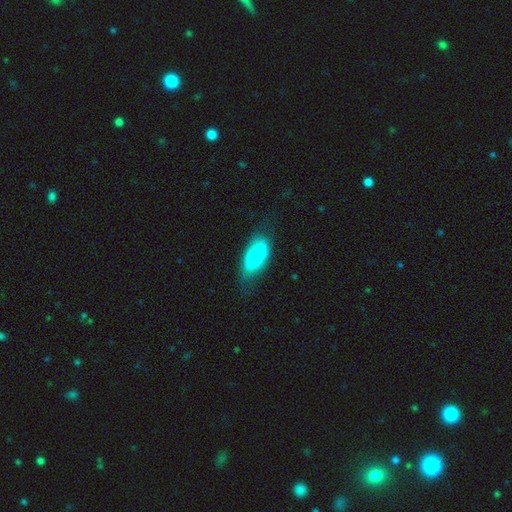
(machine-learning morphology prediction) Smooth or featured?
  - smooth: 73% *
  - featured or disk: 21%
  - star or artifact: 6%
How rounded?
  - in between: 92% *
  - cigar-shaped: 5%
  - round: 3%
Merging?
  - none: 60% *
  - minor disturbance: 29%
  - major disturbance: 10%
  - merger: 1%